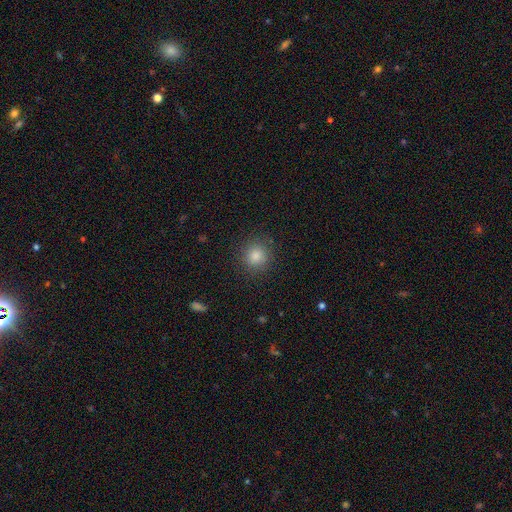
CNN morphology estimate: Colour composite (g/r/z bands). It shows a smooth galaxy with no disk features (82%) that is round (90%). Merging: none (90%).